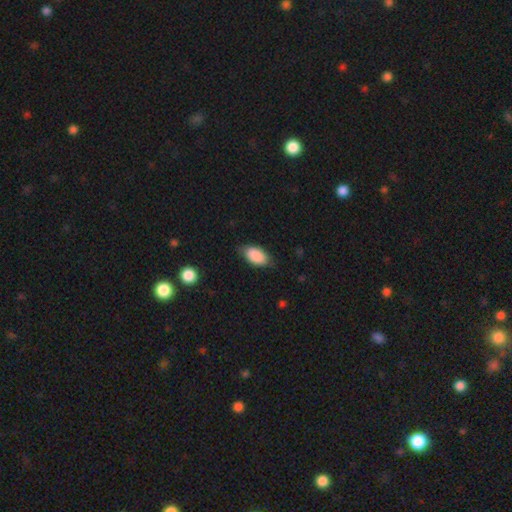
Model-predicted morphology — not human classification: Q: Smooth or featured?
A: smooth (88%); runner-up: star or artifact (6%)
Q: How rounded?
A: in between (94%); runner-up: round (4%)
Q: Merging?
A: none (74%); runner-up: minor disturbance (21%)